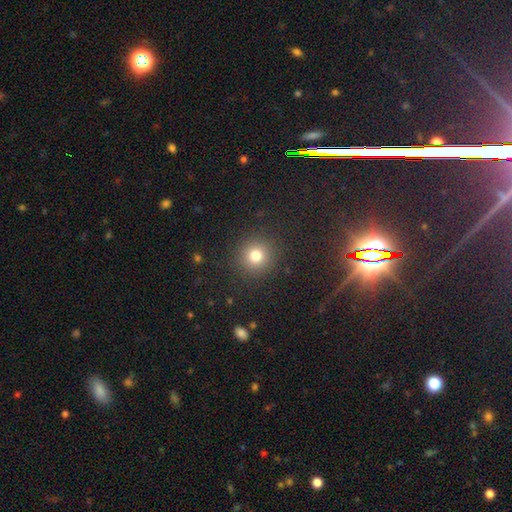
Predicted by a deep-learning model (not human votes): smooth-or-featured: smooth: 79% | star or artifact: 15% | featured or disk: 7%
  how-rounded: round: 93% | in between: 6% | cigar-shaped: 1%
  merging: none: 90% | minor disturbance: 6% | major disturbance: 3% | merger: 1%